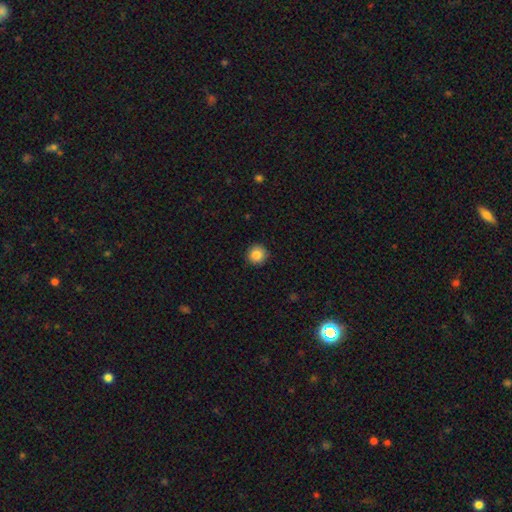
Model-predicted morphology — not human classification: smooth_or_featured: smooth (p=0.86) [alt: star or artifact p=0.09]
how_rounded: round (p=0.95) [alt: in between p=0.04]
merging: none (p=0.91) [alt: minor disturbance p=0.06]